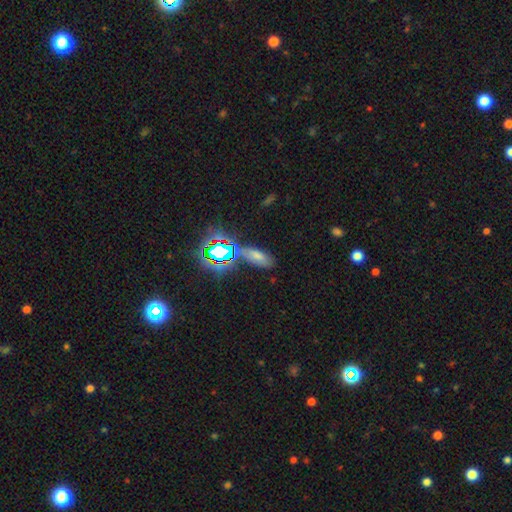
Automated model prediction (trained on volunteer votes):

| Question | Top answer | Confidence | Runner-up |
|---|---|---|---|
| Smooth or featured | smooth | 55% | star or artifact (32%) |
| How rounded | in between | 76% | cigar-shaped (18%) |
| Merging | none | 72% | minor disturbance (16%) |